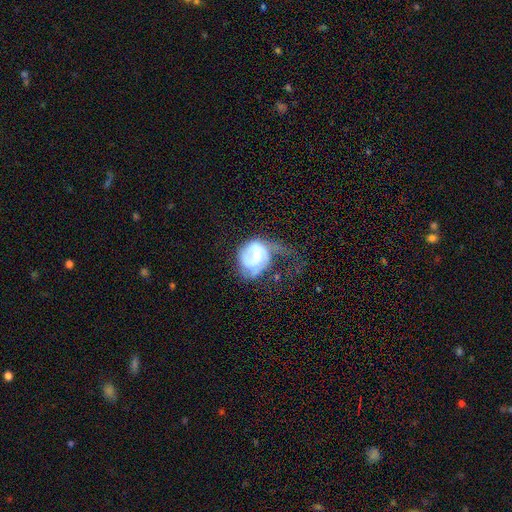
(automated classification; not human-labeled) This is possibly a featured or disk galaxy (50%). It is clearly not viewed edge-on (98%). Merging: possibly major disturbance (50%).